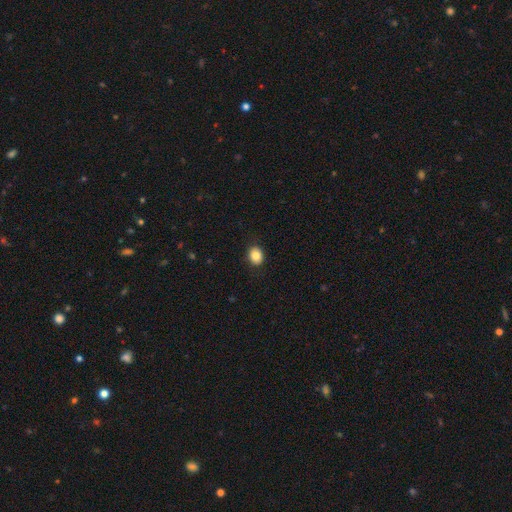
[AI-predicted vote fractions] smooth 84%, star or artifact 9%, featured or disk 7%. Down the decision tree: how rounded — round (60%); merging — none (89%).